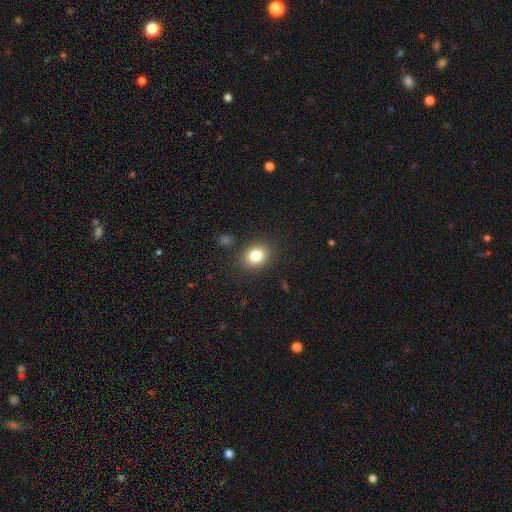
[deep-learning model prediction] Smooth or featured? Predicted: smooth (p=0.82). How rounded? Predicted: round (p=0.57). Merging? Predicted: none (p=0.87).